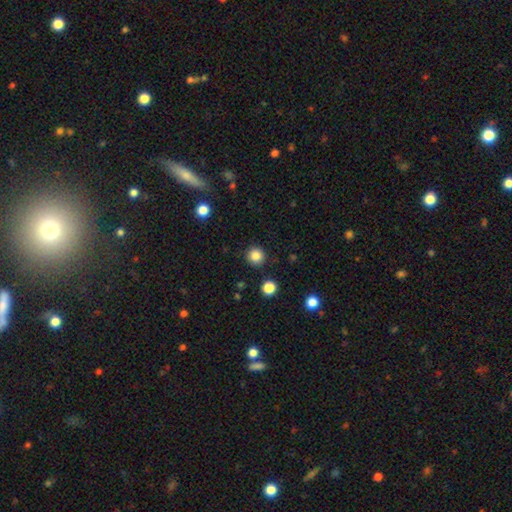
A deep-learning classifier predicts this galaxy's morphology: This appears to be a smooth galaxy with no disk features (85%) that is round (94%). Merging: none (90%).